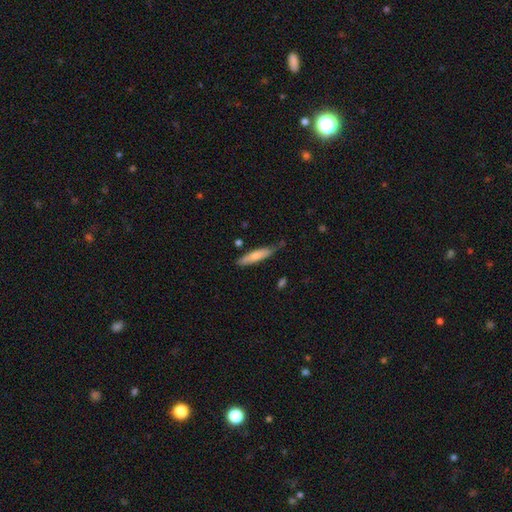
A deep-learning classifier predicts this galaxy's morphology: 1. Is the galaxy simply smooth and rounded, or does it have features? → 71% smooth, 24% featured or disk, 6% star or artifact.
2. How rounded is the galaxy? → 81% cigar-shaped, 17% in between, 1% round.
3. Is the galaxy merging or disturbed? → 68% none, 25% minor disturbance, 4% major disturbance, 3% merger.